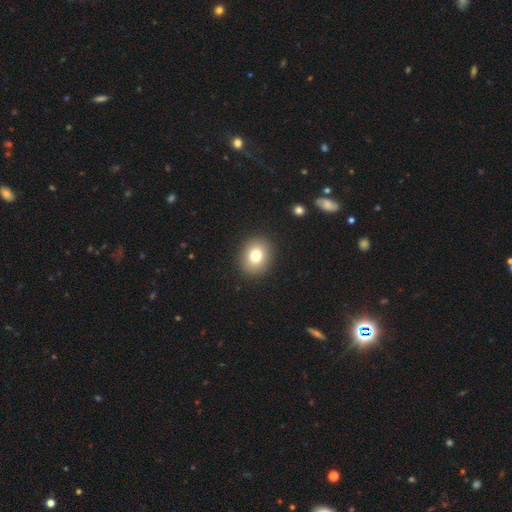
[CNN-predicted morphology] smooth_or_featured: smooth (p=0.77) [alt: featured or disk p=0.12]
how_rounded: round (p=0.62) [alt: in between p=0.37]
merging: none (p=0.91) [alt: minor disturbance p=0.06]